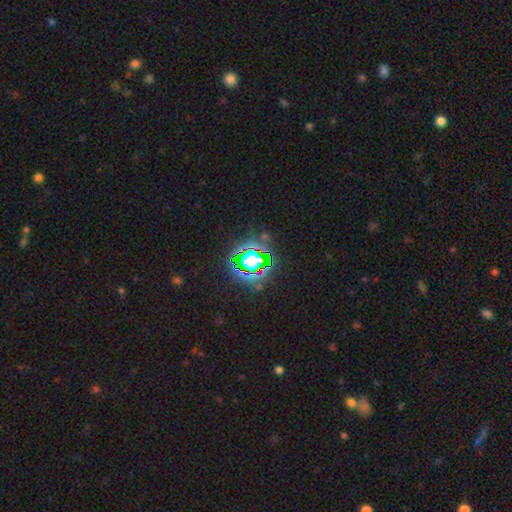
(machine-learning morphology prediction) This appears to be a star or artifact, not a galaxy (69%).